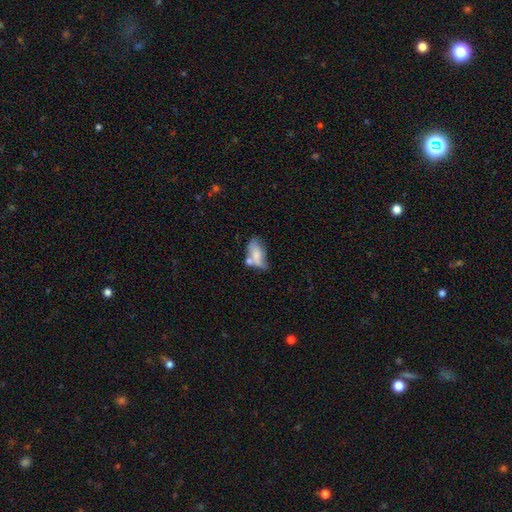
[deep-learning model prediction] This appears to be a smooth galaxy with no disk features (63%) that is in between round and cigar-shaped (87%). Merging: merger (34%).